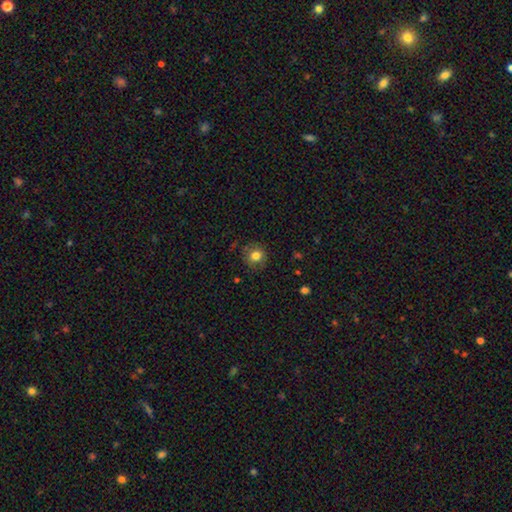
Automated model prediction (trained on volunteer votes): Smooth or featured? Predicted: smooth (p=0.80). How rounded? Predicted: round (p=0.88). Merging? Predicted: none (p=0.83).